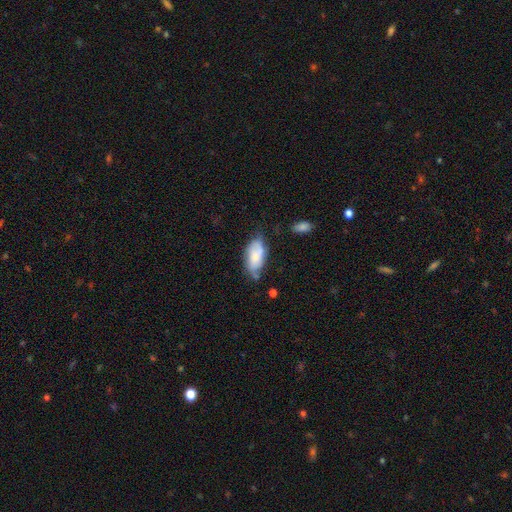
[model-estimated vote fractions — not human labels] Smooth or featured?
  - smooth: 59% *
  - featured or disk: 34%
  - star or artifact: 7%
How rounded?
  - in between: 91% *
  - cigar-shaped: 6%
  - round: 3%
Merging?
  - none: 49% *
  - minor disturbance: 35%
  - major disturbance: 10%
  - merger: 6%